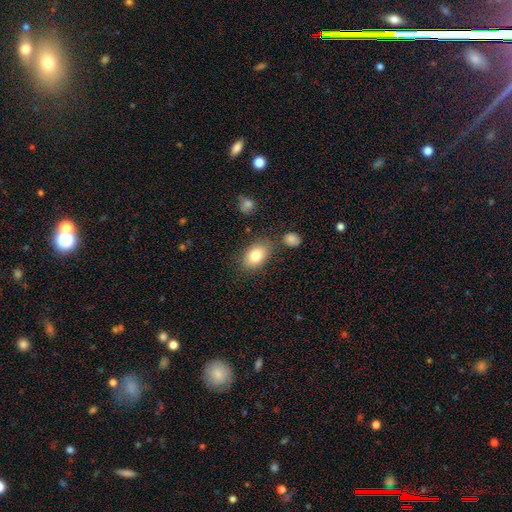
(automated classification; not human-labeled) The model was most divided on "merging": none: 78%, minor disturbance: 13%, merger: 5%, major disturbance: 4%. More confident: how rounded — in between (84%); smooth or featured — smooth (80%).